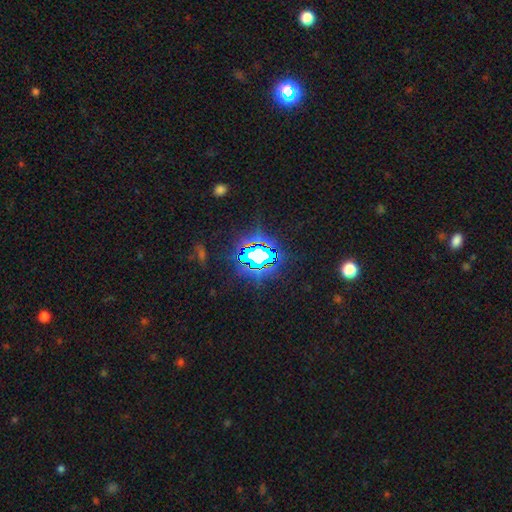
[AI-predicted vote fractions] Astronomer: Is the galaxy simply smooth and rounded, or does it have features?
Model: star or artifact — 76%.